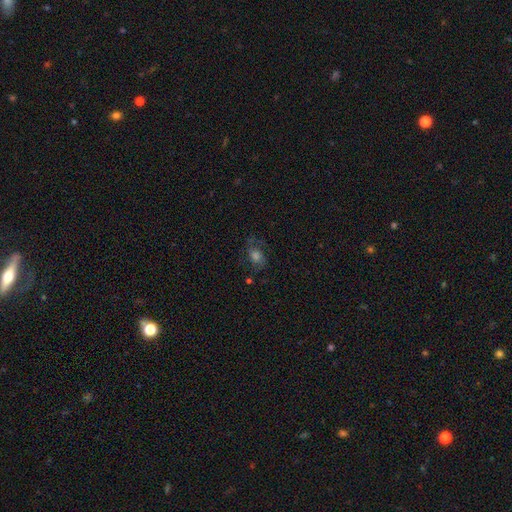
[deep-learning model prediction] The model was most divided on "smooth or featured": featured or disk: 40%, smooth: 39%, star or artifact: 21%. More confident: merging — none (64%).